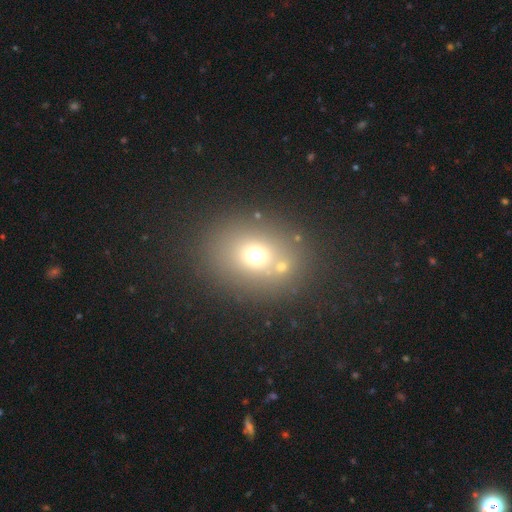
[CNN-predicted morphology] Smooth or featured?
  - smooth: 66% *
  - star or artifact: 20%
  - featured or disk: 13%
How rounded?
  - round: 58% *
  - in between: 41%
  - cigar-shaped: 1%
Merging?
  - none: 73% *
  - merger: 13%
  - minor disturbance: 10%
  - major disturbance: 5%